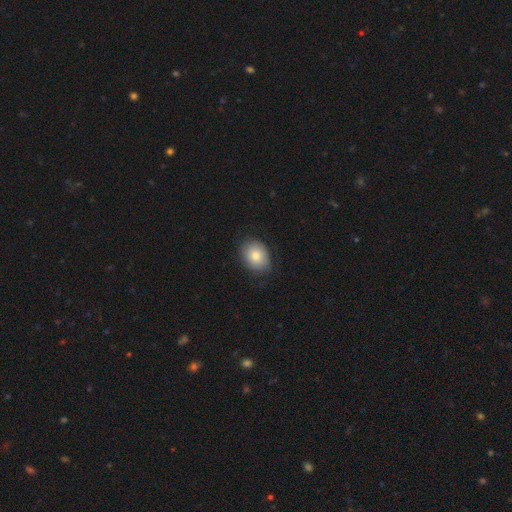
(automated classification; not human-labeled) A smooth galaxy with no disk features (81%) that is in between round and cigar-shaped (57%).

Vote fractions:
- Smooth or featured? smooth: 81% / featured or disk: 11% / star or artifact: 8%
- How rounded? in between: 57% / round: 42% / cigar-shaped: 1%
- Merging? none: 80% / minor disturbance: 16% / major disturbance: 3% / merger: 1%